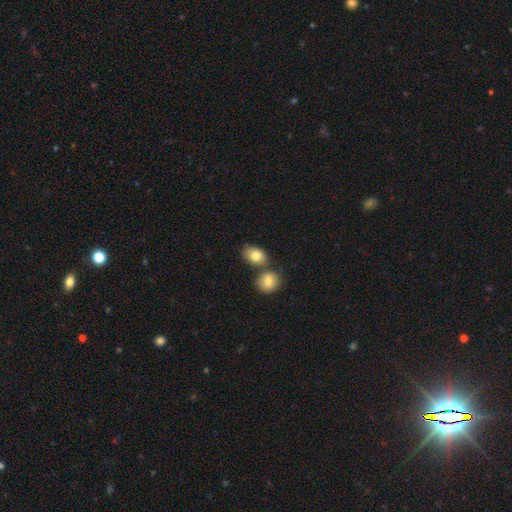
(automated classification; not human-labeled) A smooth galaxy with no disk features (81%) that is in between round and cigar-shaped (74%).

Vote fractions:
- Smooth or featured? smooth: 81% / featured or disk: 12% / star or artifact: 8%
- How rounded? in between: 74% / round: 24% / cigar-shaped: 1%
- Merging? none: 55% / merger: 31% / minor disturbance: 11% / major disturbance: 3%